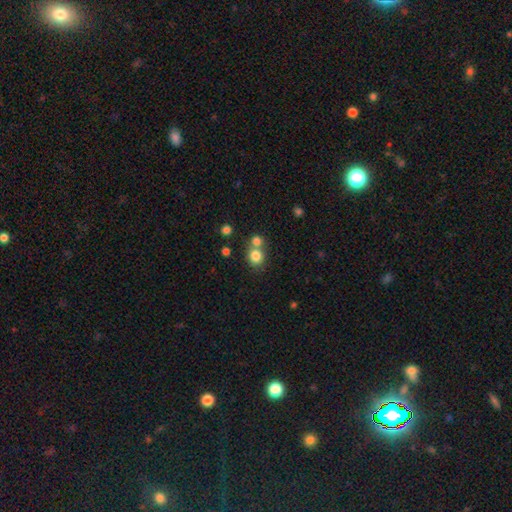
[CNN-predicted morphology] Smooth or featured? smooth (81%)
How rounded? round (82%)
Merging? none (52%)